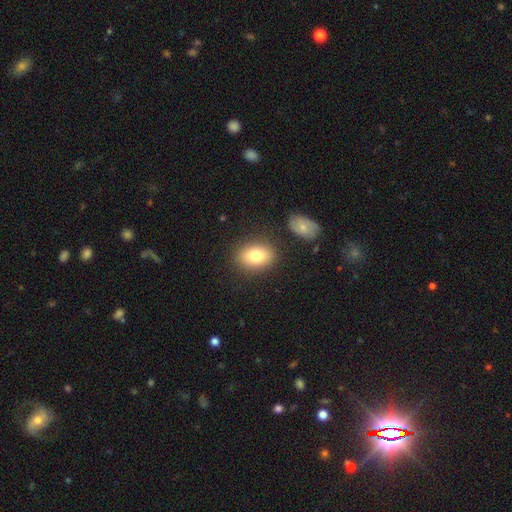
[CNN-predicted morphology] smooth-or-featured: smooth: 80% | featured or disk: 12% | star or artifact: 8%
  how-rounded: in between: 74% | round: 25% | cigar-shaped: 1%
  merging: none: 82% | minor disturbance: 10% | merger: 4% | major disturbance: 3%